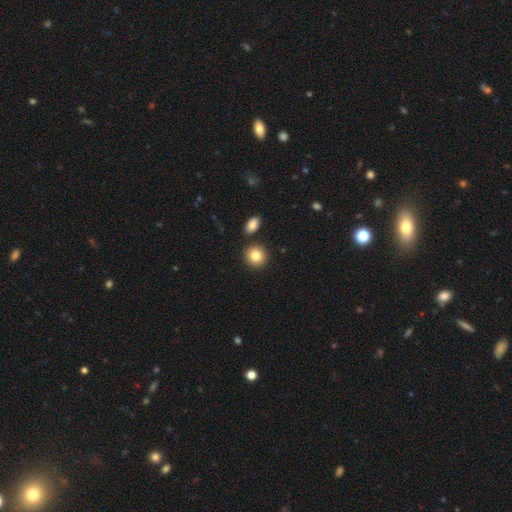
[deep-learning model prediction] smooth-or-featured: smooth: 84% | star or artifact: 9% | featured or disk: 8%
  how-rounded: round: 86% | in between: 13% | cigar-shaped: 1%
  merging: none: 84% | minor disturbance: 7% | merger: 7% | major disturbance: 2%